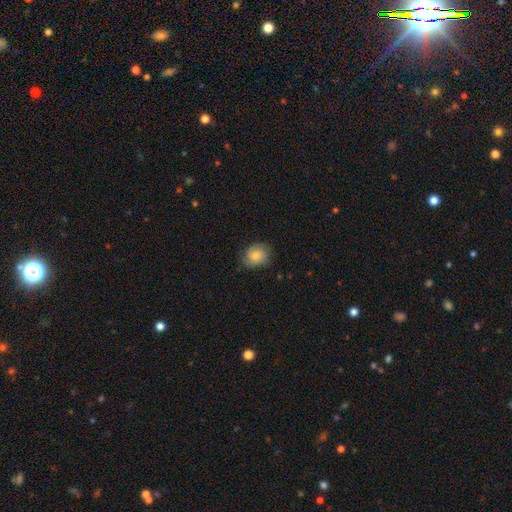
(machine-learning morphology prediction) This appears to be a smooth galaxy with no disk features (72%) that is round (61%). Merging: none (70%).